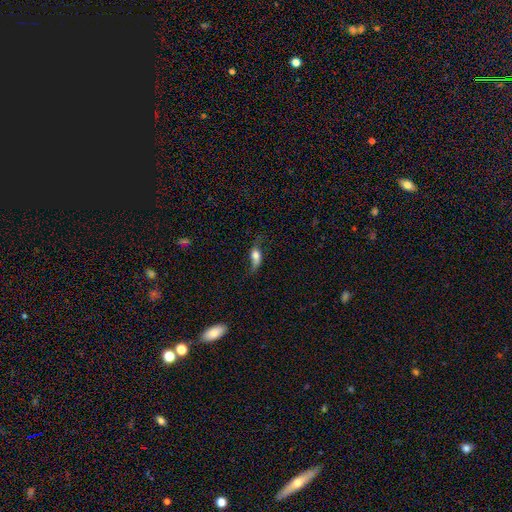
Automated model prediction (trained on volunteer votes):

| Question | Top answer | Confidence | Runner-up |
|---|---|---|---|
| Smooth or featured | featured or disk | 53% | smooth (37%) |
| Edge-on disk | no | 76% | yes (24%) |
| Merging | none | 54% | minor disturbance (22%) |